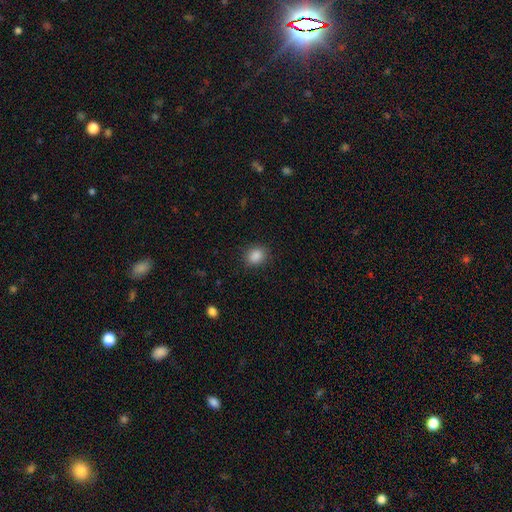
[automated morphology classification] Smooth or featured: smooth — 87% (star or artifact — 9%)
How rounded: round — 52% (in between — 47%)
Merging: none — 86% (minor disturbance — 10%)